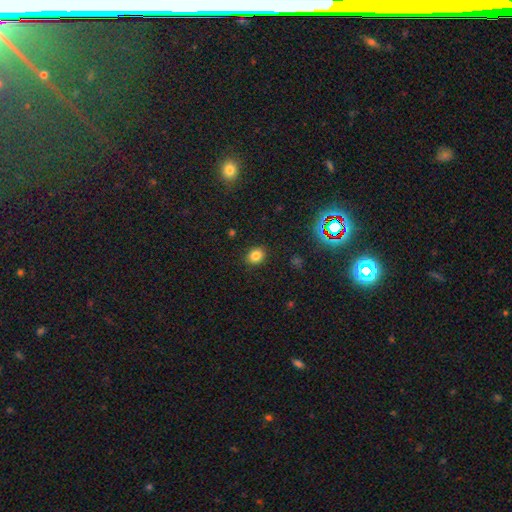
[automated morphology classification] Smooth or featured? smooth (82%)
How rounded? round (59%)
Merging? none (89%)